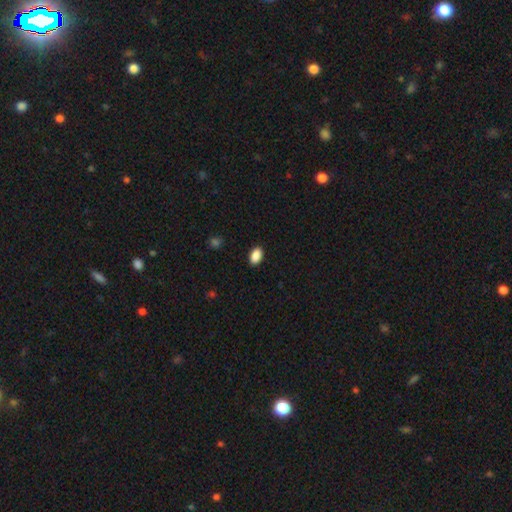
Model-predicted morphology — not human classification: Overall: smooth (89%). How rounded: in between (91%). Merging: none (90%).